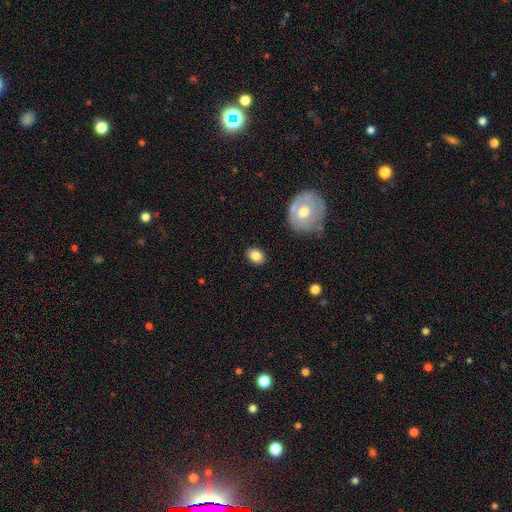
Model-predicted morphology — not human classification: The model was most divided on "how rounded": in between: 64%, round: 35%, cigar-shaped: 1%. More confident: merging — none (87%); smooth or featured — smooth (83%).